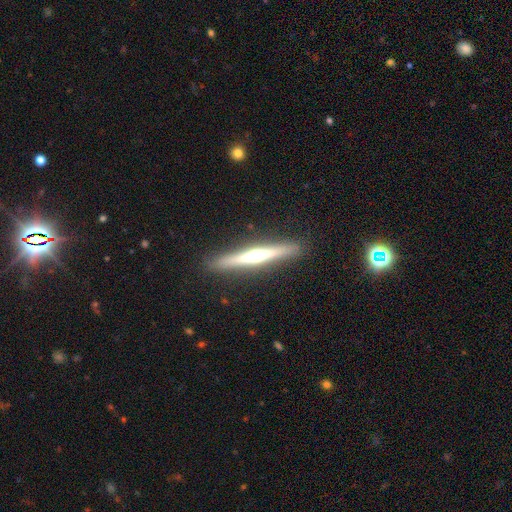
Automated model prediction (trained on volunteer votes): A featured or disk galaxy (68%) viewed edge-on (97%) with a rounded central bulge (84%).

Vote fractions:
- Smooth or featured? featured or disk: 68% / smooth: 26% / star or artifact: 6%
- Edge-on disk? yes: 97% / no: 3%
- Edge-on bulge? rounded: 84% / none: 9% / boxy: 7%
- Merging? none: 90% / minor disturbance: 7% / major disturbance: 2% / merger: 1%